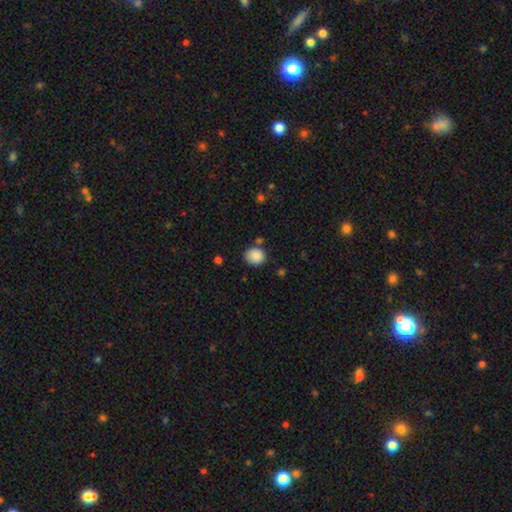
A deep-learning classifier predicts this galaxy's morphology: Smooth or featured: smooth — 88% (star or artifact — 9%)
How rounded: round — 77% (in between — 22%)
Merging: none — 78% (minor disturbance — 13%)